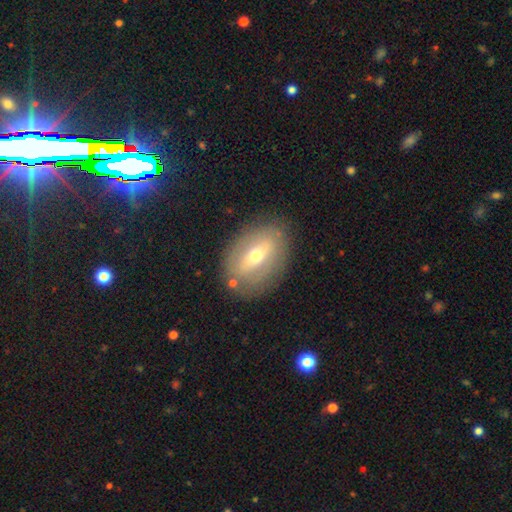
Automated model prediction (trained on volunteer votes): A featured or disk galaxy (54%). Merging: none (79%).